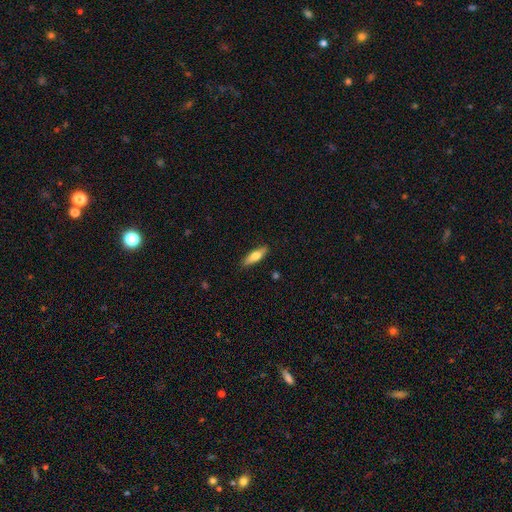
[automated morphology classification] Overall: smooth (68%). How rounded: cigar-shaped (51%; in between 46%). Merging: none (86%).